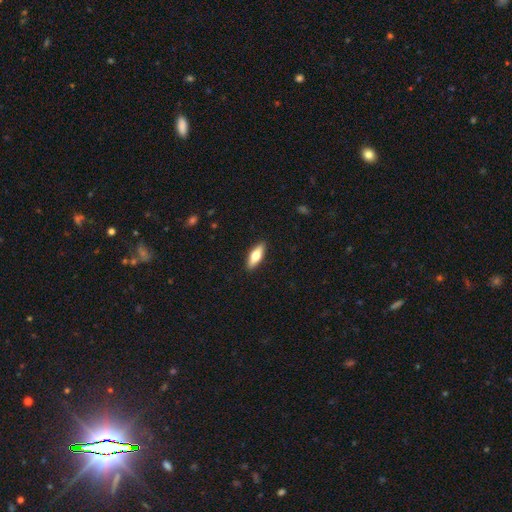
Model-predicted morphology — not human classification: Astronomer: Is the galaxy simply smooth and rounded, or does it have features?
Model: smooth — 65%.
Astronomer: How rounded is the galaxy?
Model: in between — 61% (runner-up: cigar-shaped, 36%).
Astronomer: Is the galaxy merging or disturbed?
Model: none — 90%.